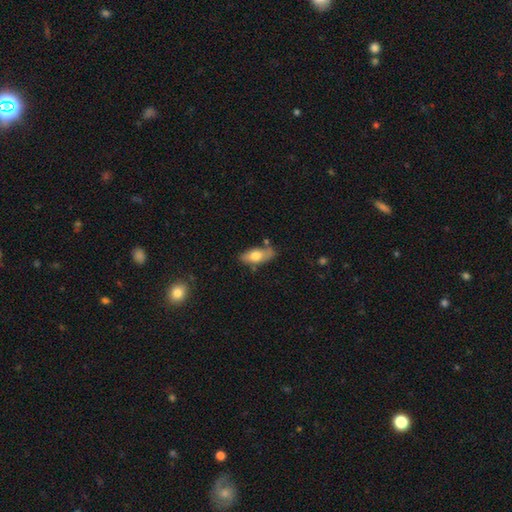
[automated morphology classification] The model was most divided on "smooth or featured": smooth: 69%, featured or disk: 25%, star or artifact: 7%. More confident: how rounded — in between (82%); merging — none (67%).